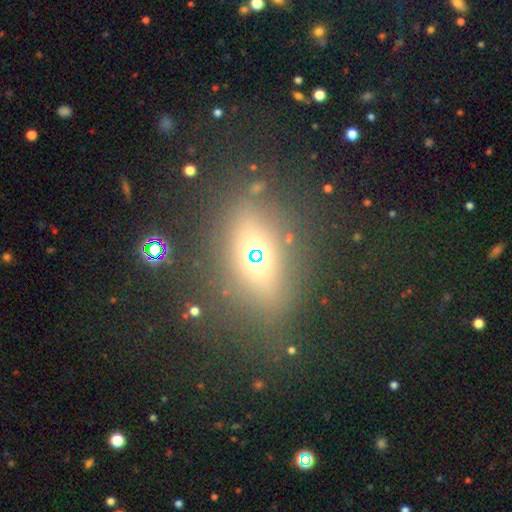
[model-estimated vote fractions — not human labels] Smooth or featured?
  - smooth: 40% *
  - star or artifact: 33%
  - featured or disk: 27%
Merging?
  - none: 77% *
  - minor disturbance: 13%
  - major disturbance: 7%
  - merger: 3%